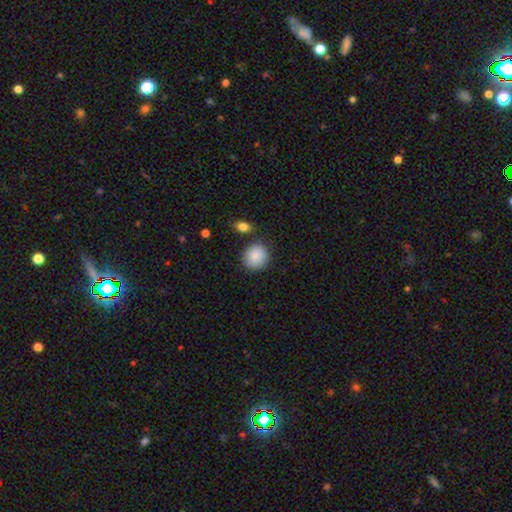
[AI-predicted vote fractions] A smooth galaxy with no disk features (88%) that is round (82%).

Vote fractions:
- Smooth or featured? smooth: 88% / star or artifact: 7% / featured or disk: 5%
- How rounded? round: 82% / in between: 17% / cigar-shaped: 1%
- Merging? none: 80% / minor disturbance: 13% / merger: 4% / major disturbance: 3%